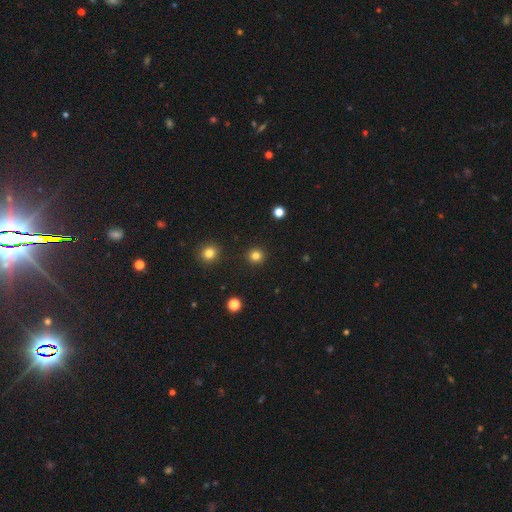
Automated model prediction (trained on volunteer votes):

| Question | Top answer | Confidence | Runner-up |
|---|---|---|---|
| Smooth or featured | smooth | 82% | star or artifact (13%) |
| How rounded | round | 94% | in between (5%) |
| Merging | none | 92% | minor disturbance (4%) |